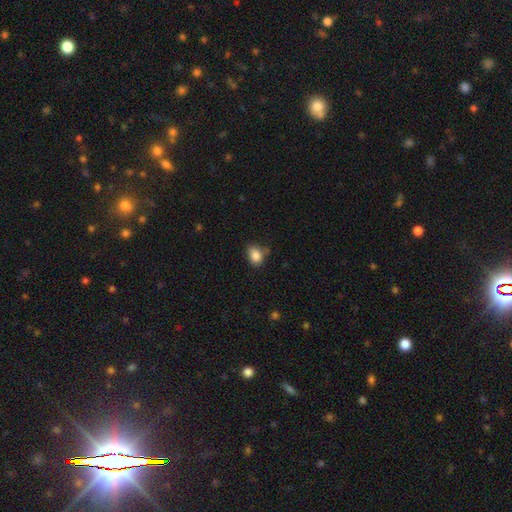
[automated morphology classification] Smooth or featured?
  - smooth: 84% *
  - star or artifact: 10%
  - featured or disk: 6%
How rounded?
  - in between: 62% *
  - round: 37%
  - cigar-shaped: 1%
Merging?
  - none: 60% *
  - minor disturbance: 29%
  - major disturbance: 6%
  - merger: 5%